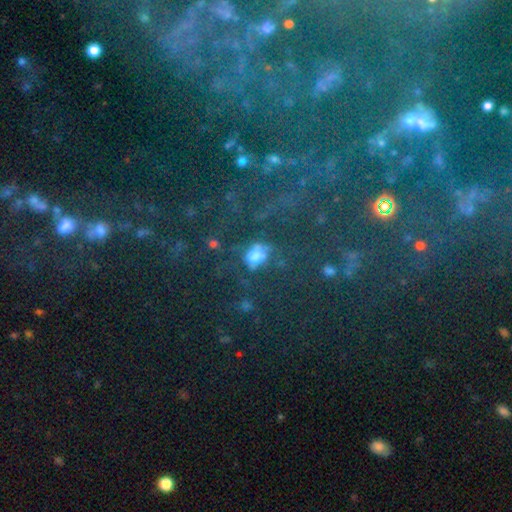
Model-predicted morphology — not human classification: A smooth galaxy with no disk features (40%). Merging: none (43%).